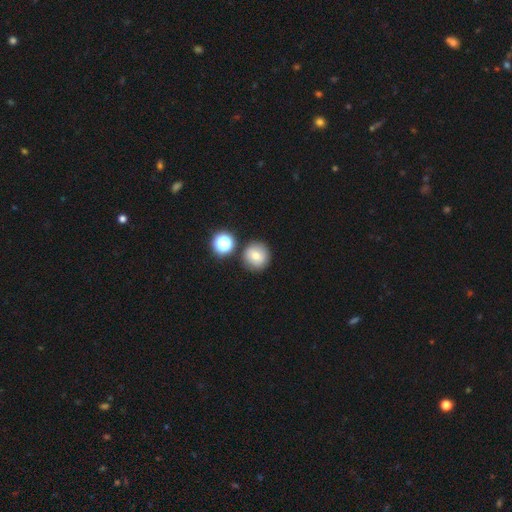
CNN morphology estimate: This appears to be a smooth galaxy with no disk features (67%) that is round (92%). Merging: none (80%).